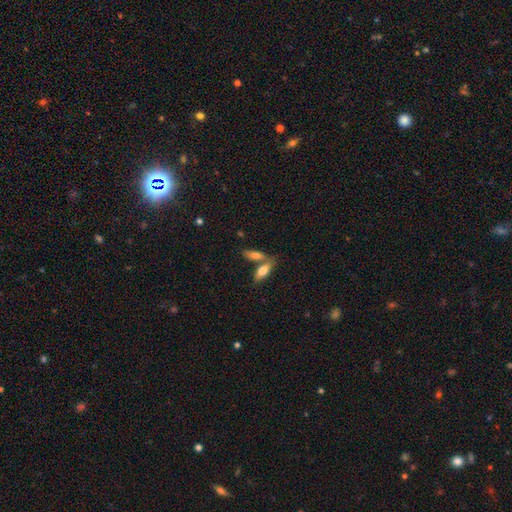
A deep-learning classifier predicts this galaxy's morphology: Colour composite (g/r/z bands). It shows a smooth galaxy with no disk features (63%) that is in between round and cigar-shaped (59%). Merging: none (51%).